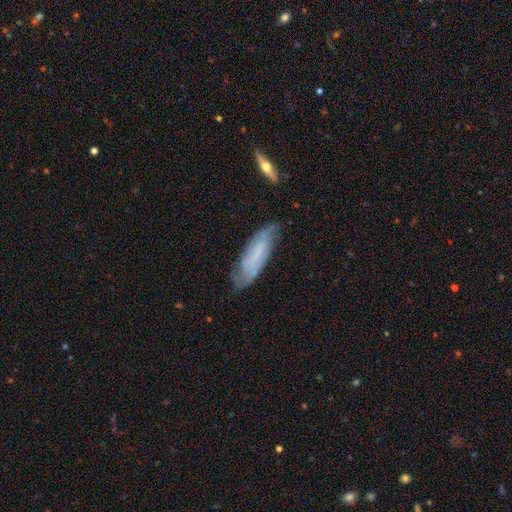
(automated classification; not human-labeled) smooth_or_featured: featured or disk (p=0.50) [alt: smooth p=0.42]
merging: none (p=0.64) [alt: minor disturbance p=0.27]